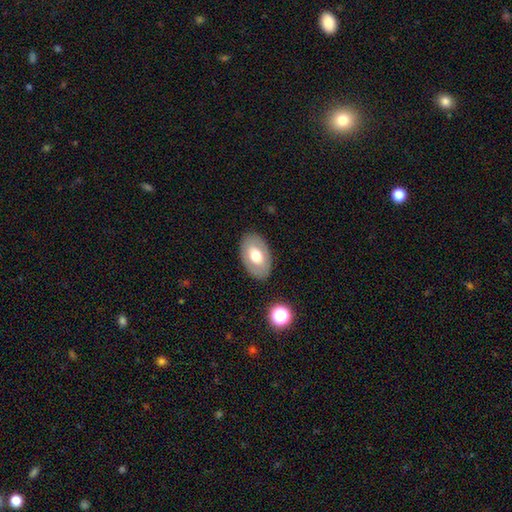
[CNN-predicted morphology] Smooth or featured: smooth — 57% (featured or disk — 36%)
How rounded: in between — 90% (round — 9%)
Merging: none — 85% (minor disturbance — 10%)